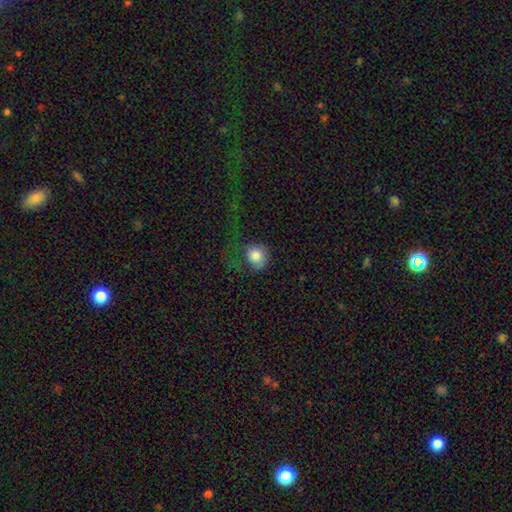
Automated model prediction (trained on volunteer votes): smooth_or_featured: smooth (p=0.79) [alt: featured or disk p=0.12]
how_rounded: round (p=0.79) [alt: in between p=0.20]
merging: none (p=0.42) [alt: major disturbance p=0.35]